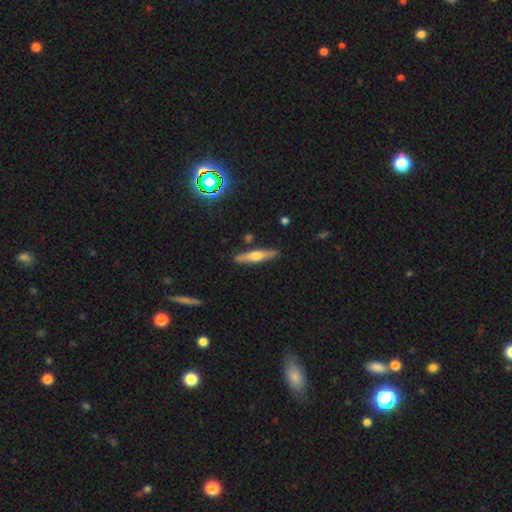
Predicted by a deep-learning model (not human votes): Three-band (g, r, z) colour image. It shows a featured or disk galaxy (52%) viewed edge-on (94%). Merging: none (88%).